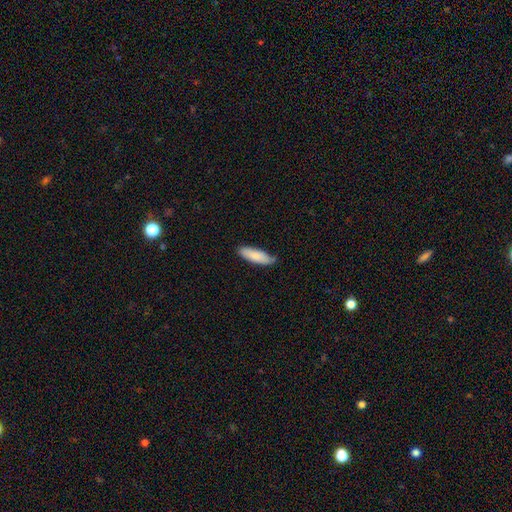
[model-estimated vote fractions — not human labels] This appears to be a smooth galaxy with no disk features (79%) that is in between round and cigar-shaped (54%). Merging: none (72%).